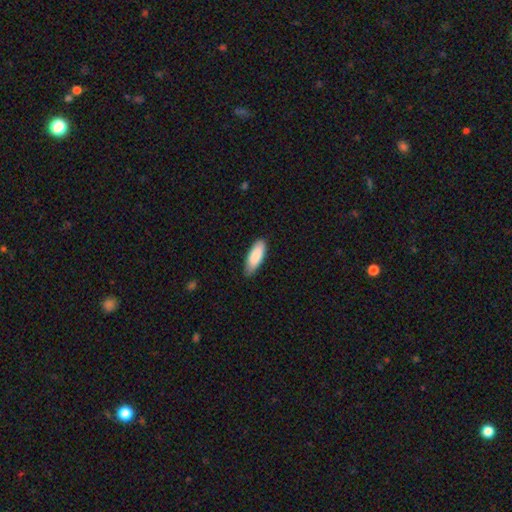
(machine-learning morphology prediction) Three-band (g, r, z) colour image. It shows a smooth galaxy with no disk features (87%) that is in between round and cigar-shaped (66%). Merging: none (79%).